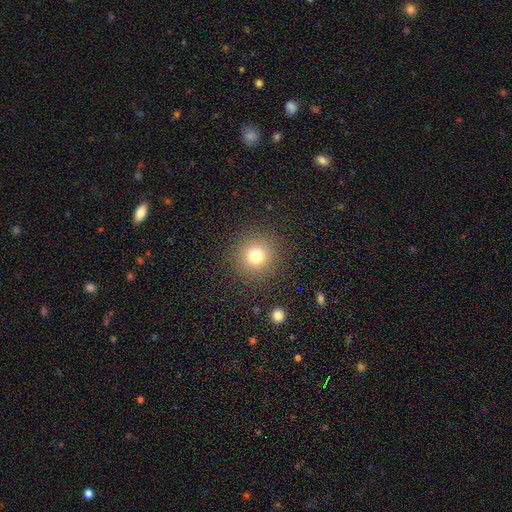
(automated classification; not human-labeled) This appears to be a smooth galaxy with no disk features (75%) that is round (94%). Merging: none (89%).